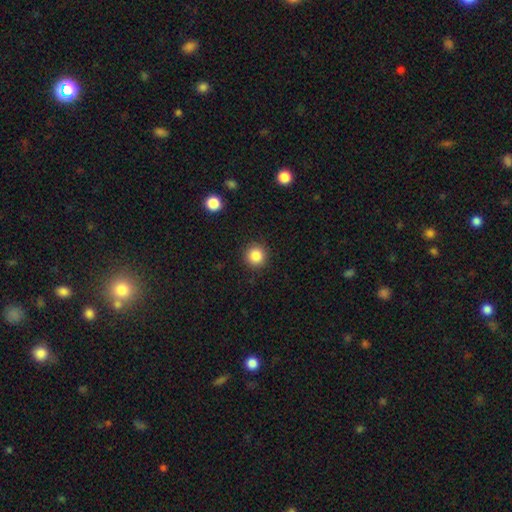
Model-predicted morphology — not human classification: A smooth galaxy with no disk features (86%) that is round (95%).

Vote fractions:
- Smooth or featured? smooth: 86% / star or artifact: 10% / featured or disk: 4%
- How rounded? round: 95% / in between: 4% / cigar-shaped: 1%
- Merging? none: 92% / minor disturbance: 5% / major disturbance: 2% / merger: 1%